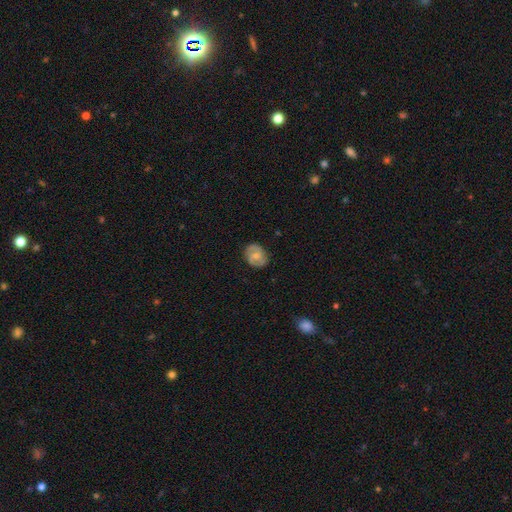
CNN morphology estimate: Overall: featured or disk (67%). Edge-on disk: no (97%). Bar: no (53%; weak 39%). Spiral arms: yes (87%). Spiral arm count: 2 (87%). Spiral winding: medium (45%; tight 42%). Bulge size: moderate (55%; small 38%). Merging: none (83%).